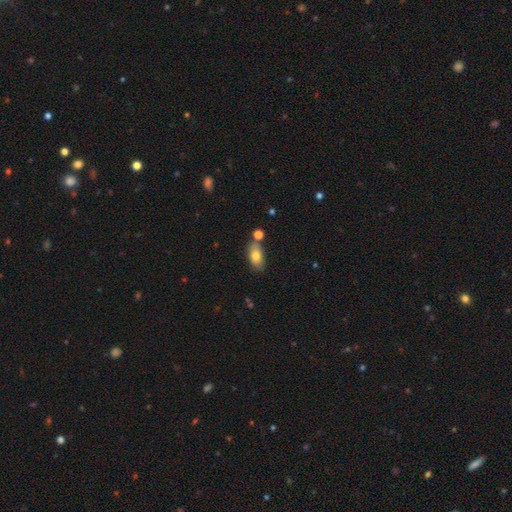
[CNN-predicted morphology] Smooth or featured? smooth (76%)
How rounded? in between (90%)
Merging? none (68%)